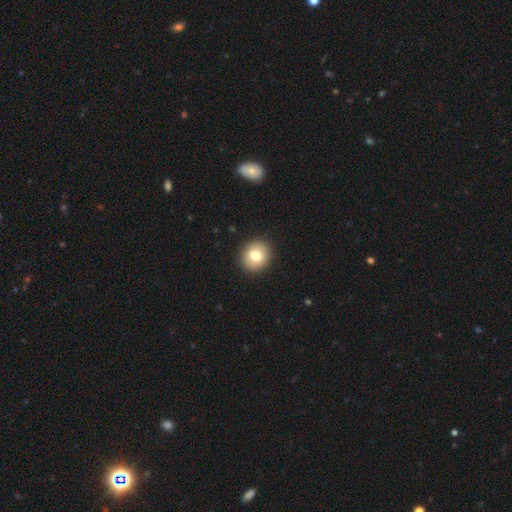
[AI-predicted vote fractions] Smooth or featured: smooth — 77% (featured or disk — 14%)
How rounded: round — 82% (in between — 17%)
Merging: none — 92% (minor disturbance — 6%)